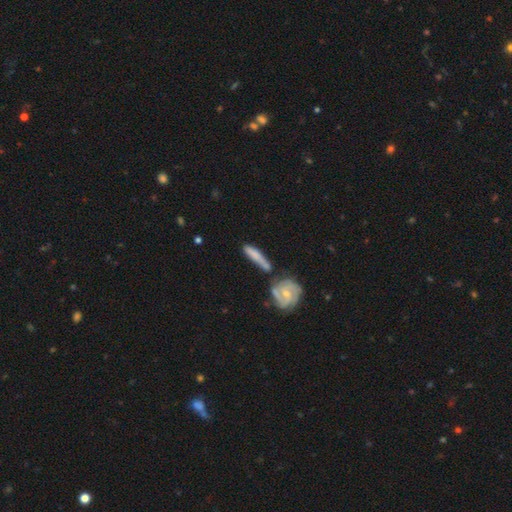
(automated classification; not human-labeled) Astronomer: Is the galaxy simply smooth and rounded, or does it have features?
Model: smooth — 56% (runner-up: featured or disk, 37%).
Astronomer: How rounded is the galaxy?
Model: cigar-shaped — 76%.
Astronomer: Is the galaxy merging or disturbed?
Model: none — 47% (runner-up: merger, 27%).